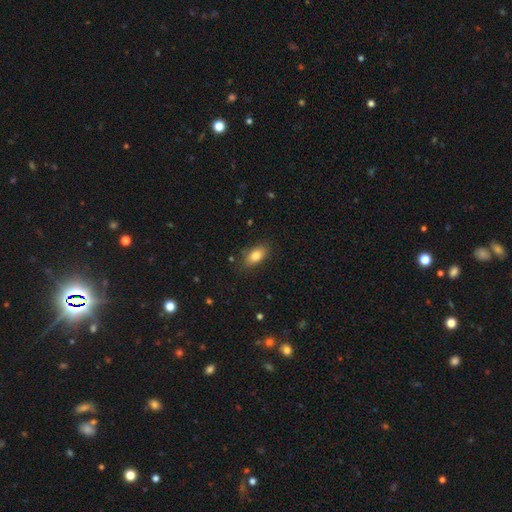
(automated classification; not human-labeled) Smooth or featured: smooth — 82% (featured or disk — 10%)
How rounded: in between — 88% (round — 7%)
Merging: none — 83% (minor disturbance — 13%)